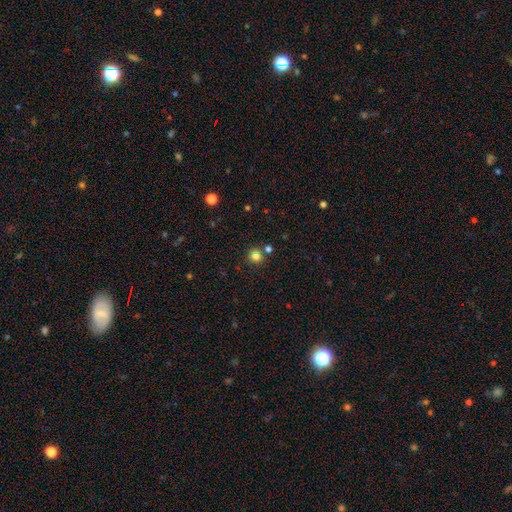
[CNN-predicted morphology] A smooth galaxy with no disk features (78%) that is round (90%).

Vote fractions:
- Smooth or featured? smooth: 78% / star or artifact: 15% / featured or disk: 7%
- How rounded? round: 90% / in between: 9% / cigar-shaped: 1%
- Merging? none: 74% / merger: 14% / minor disturbance: 9% / major disturbance: 3%